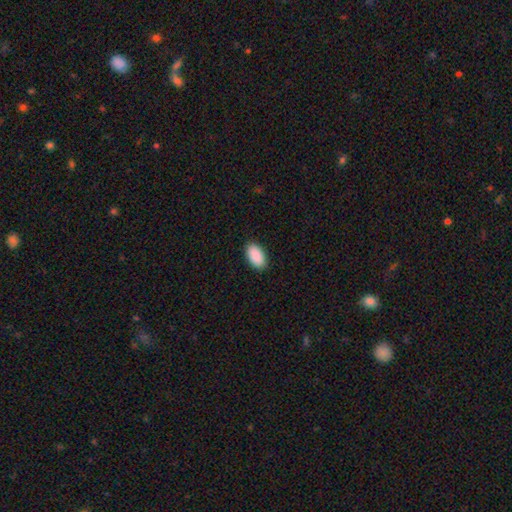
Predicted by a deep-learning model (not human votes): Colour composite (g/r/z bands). It shows a smooth galaxy with no disk features (92%) that is in between round and cigar-shaped (95%). Merging: none (90%).